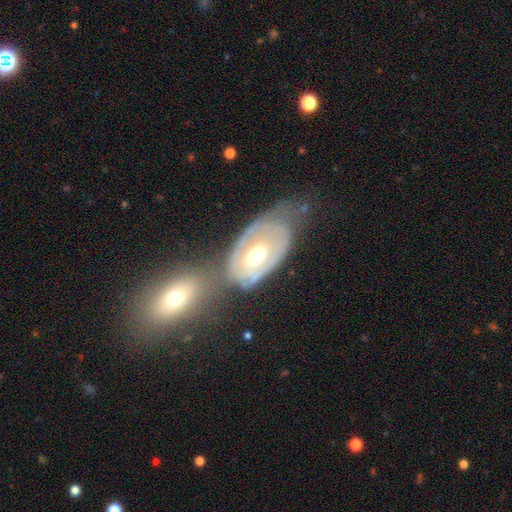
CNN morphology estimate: Overall: featured or disk (74%). Edge-on disk: no (92%). Bar: no (60%; weak 28%). Spiral arms: yes (64%; no 36%). Bulge size: moderate (71%). Merging: none (36%; merger 29%).